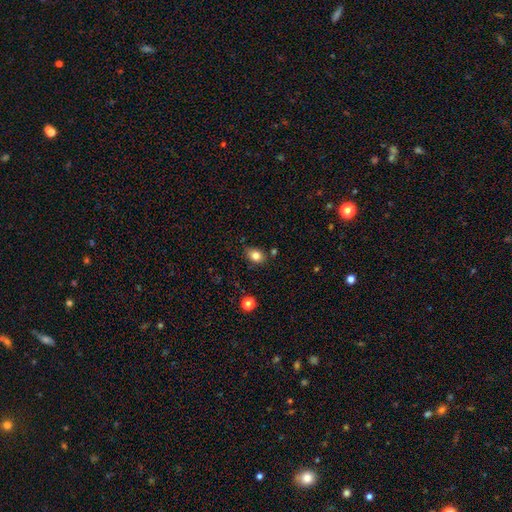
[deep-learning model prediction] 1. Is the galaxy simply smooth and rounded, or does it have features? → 82% smooth, 11% star or artifact, 7% featured or disk.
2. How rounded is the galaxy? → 67% in between, 32% round, 1% cigar-shaped.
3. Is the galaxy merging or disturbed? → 78% none, 15% minor disturbance, 4% merger, 3% major disturbance.